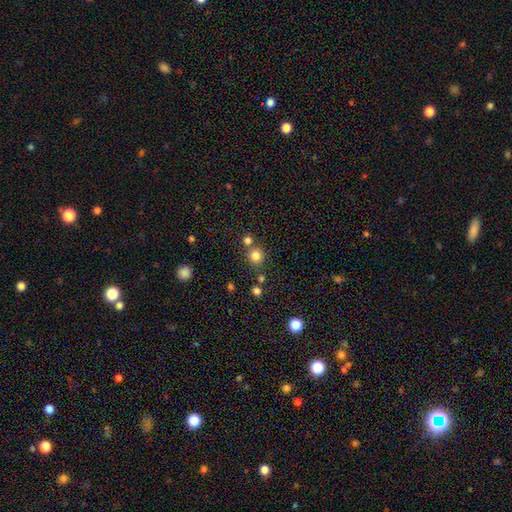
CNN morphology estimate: smooth-or-featured: smooth: 80% | star or artifact: 15% | featured or disk: 6%
  how-rounded: round: 90% | in between: 9% | cigar-shaped: 1%
  merging: none: 73% | merger: 16% | minor disturbance: 8% | major disturbance: 3%